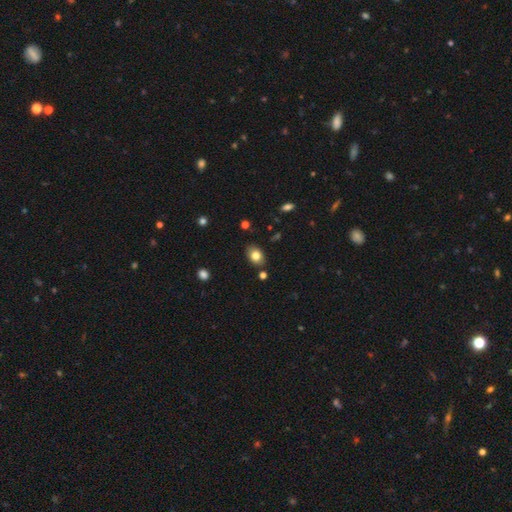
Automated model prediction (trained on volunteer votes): smooth 81%, star or artifact 10%, featured or disk 10%. Down the decision tree: how rounded — in between (71%); merging — none (83%).